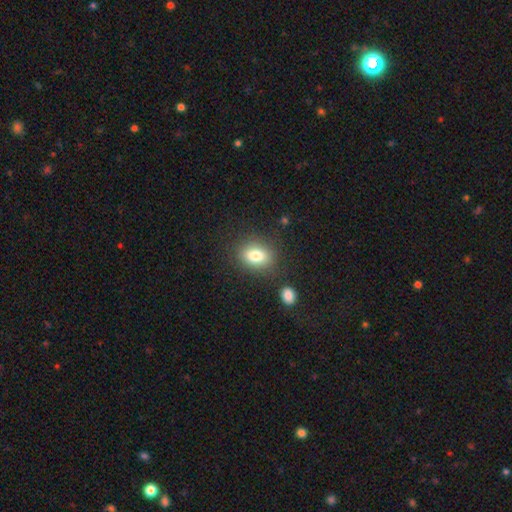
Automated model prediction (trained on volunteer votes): Smooth or featured?
  - smooth: 81% *
  - star or artifact: 10%
  - featured or disk: 9%
How rounded?
  - in between: 68% *
  - round: 31%
  - cigar-shaped: 2%
Merging?
  - none: 81% *
  - minor disturbance: 11%
  - merger: 4%
  - major disturbance: 4%